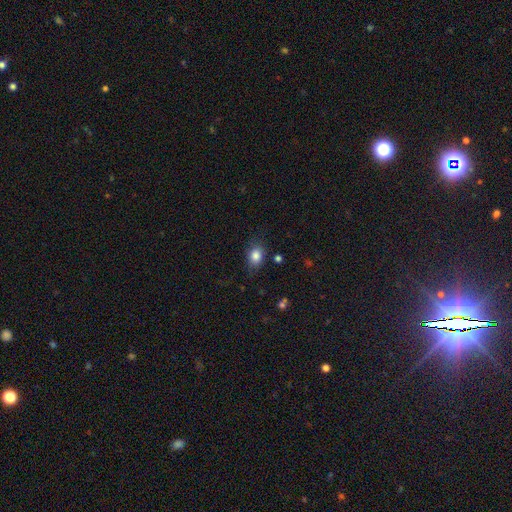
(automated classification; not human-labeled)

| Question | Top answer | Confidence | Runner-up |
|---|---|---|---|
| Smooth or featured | smooth | 83% | star or artifact (10%) |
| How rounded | in between | 64% | round (35%) |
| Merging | none | 77% | minor disturbance (17%) |